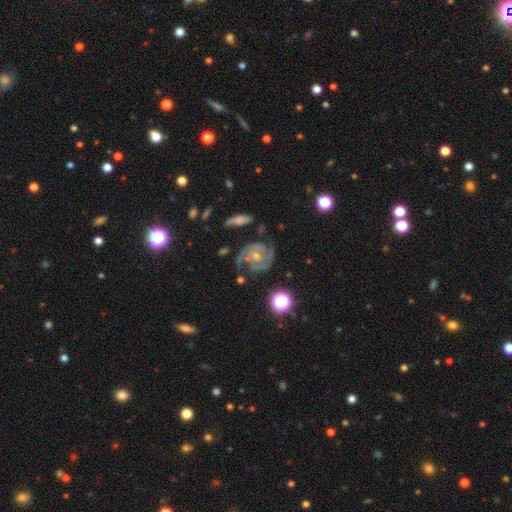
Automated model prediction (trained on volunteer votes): This is clearly a featured or disk galaxy (88%). It is clearly not viewed edge-on (98%). Bar: likely no (67%). Spiral arm pattern: clearly yes (97%). Spiral arm count: possibly 2 (58%). Spiral winding: possibly tight (57%). Central bulge: possibly small (48%). Merging: likely none (62%).